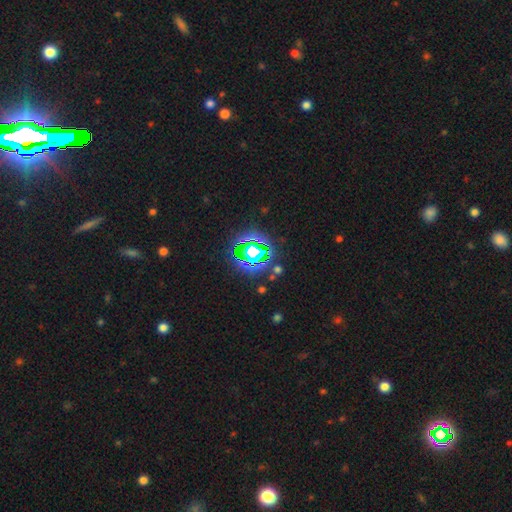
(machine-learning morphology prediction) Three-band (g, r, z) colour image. It shows a star or artifact, not a galaxy (69%).